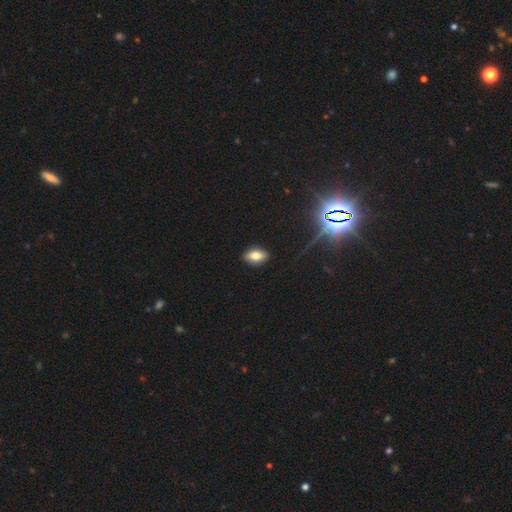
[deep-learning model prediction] This is likely a smooth galaxy (77%). How rounded: clearly in between (88%). Merging: clearly none (88%).